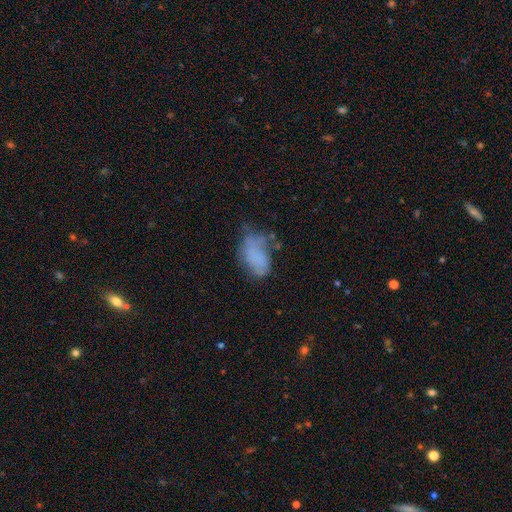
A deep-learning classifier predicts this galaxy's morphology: type=smooth (63%); roundness=in between (90%); merging=none (35%).